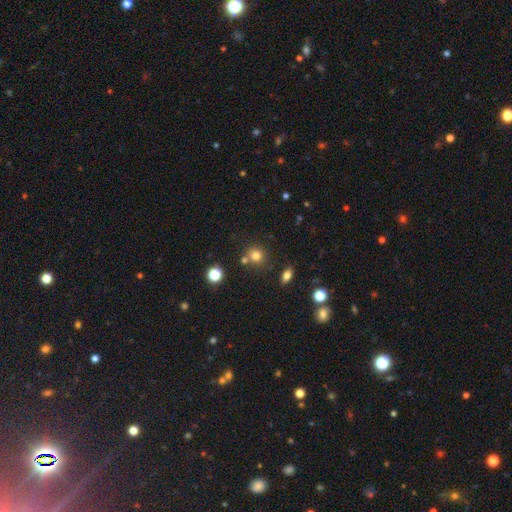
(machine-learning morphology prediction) Smooth or featured? smooth (77%)
How rounded? round (86%)
Merging? none (69%)